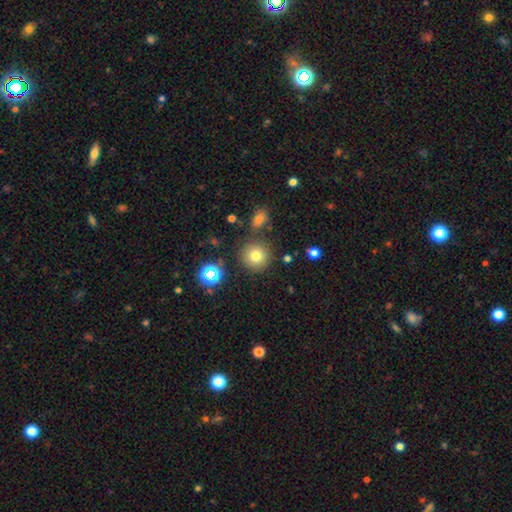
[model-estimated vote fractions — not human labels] A smooth galaxy with no disk features (75%) that is round (94%).

Vote fractions:
- Smooth or featured? smooth: 75% / star or artifact: 16% / featured or disk: 10%
- How rounded? round: 94% / in between: 5% / cigar-shaped: 1%
- Merging? none: 83% / minor disturbance: 8% / merger: 6% / major disturbance: 3%